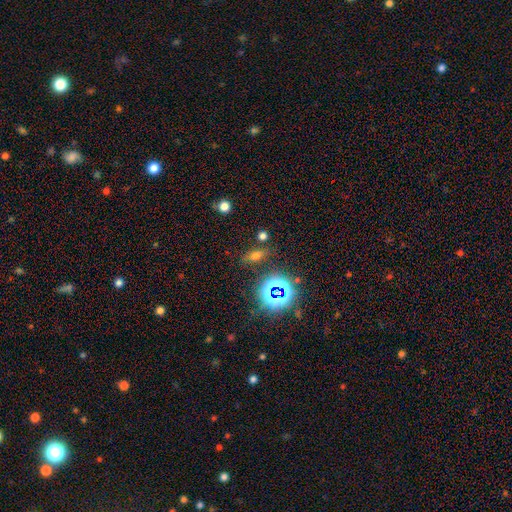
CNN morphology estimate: Overall: smooth (57%; star or artifact 31%). How rounded: in between (68%). Merging: none (77%).